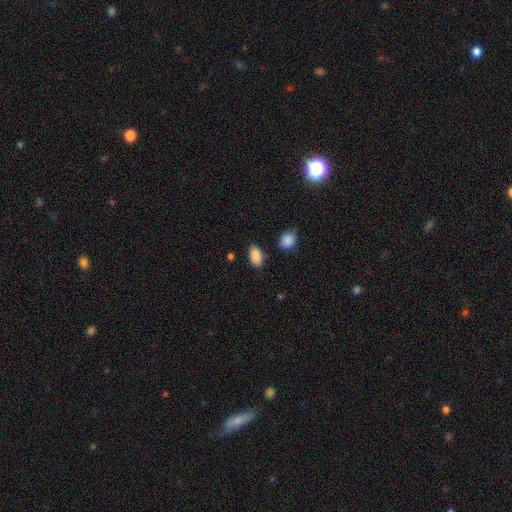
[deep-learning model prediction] A smooth galaxy with no disk features (89%) that is in between round and cigar-shaped (92%). Merging: none (81%).